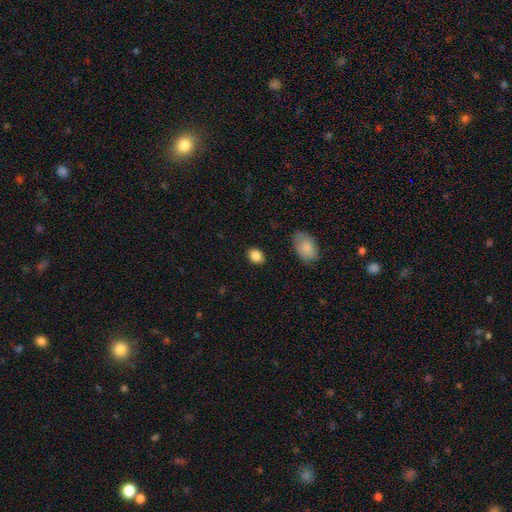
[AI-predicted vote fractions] Q: Smooth or featured?
A: smooth (85%); runner-up: star or artifact (9%)
Q: How rounded?
A: in between (68%); runner-up: round (31%)
Q: Merging?
A: none (86%); runner-up: minor disturbance (10%)